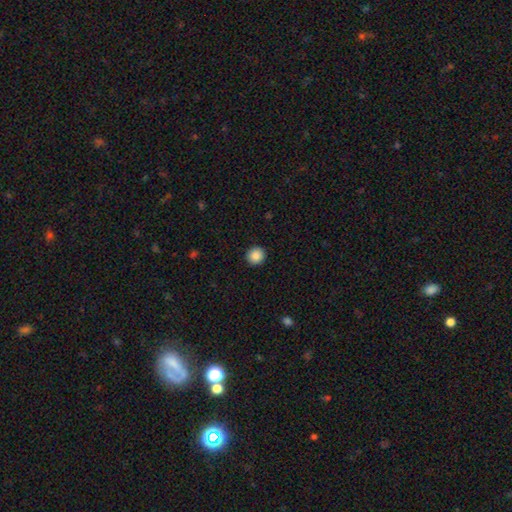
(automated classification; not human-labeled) smooth_or_featured: smooth (p=0.88) [alt: star or artifact p=0.09]
how_rounded: round (p=0.94) [alt: in between p=0.05]
merging: none (p=0.93) [alt: minor disturbance p=0.04]